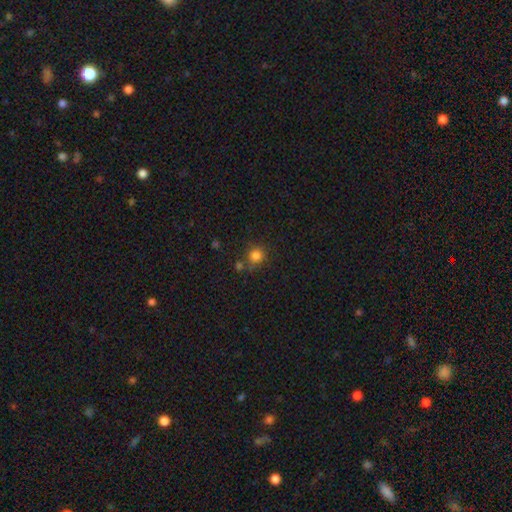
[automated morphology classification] The model was most divided on "merging": none: 69%, merger: 14%, minor disturbance: 13%, major disturbance: 5%. More confident: how rounded — round (87%); smooth or featured — smooth (81%).